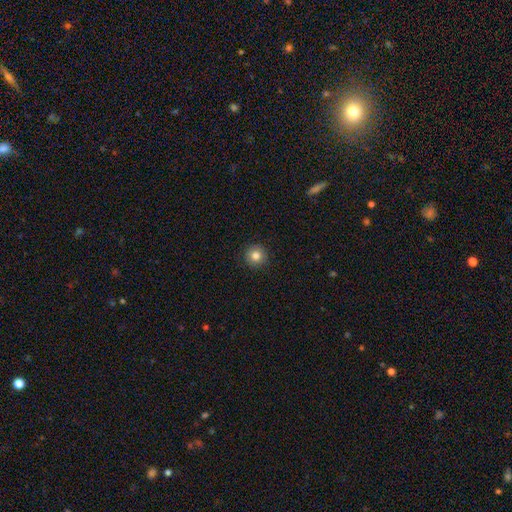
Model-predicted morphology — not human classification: smooth-or-featured: smooth: 83% | star or artifact: 10% | featured or disk: 7%
  how-rounded: round: 95% | in between: 4% | cigar-shaped: 1%
  merging: none: 92% | minor disturbance: 5% | major disturbance: 2% | merger: 1%